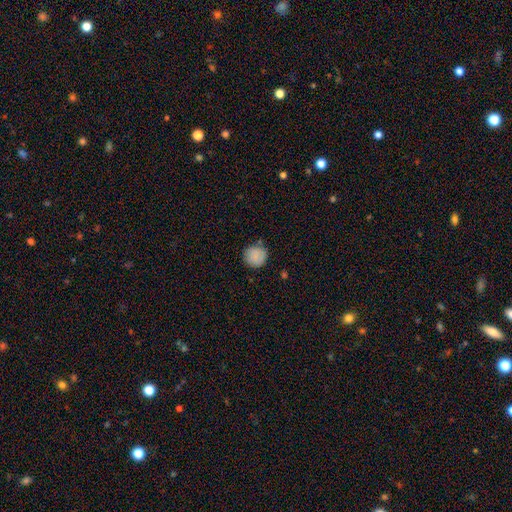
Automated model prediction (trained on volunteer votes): Morphology: type=smooth (85%); roundness=round (91%); merging=none (82%).